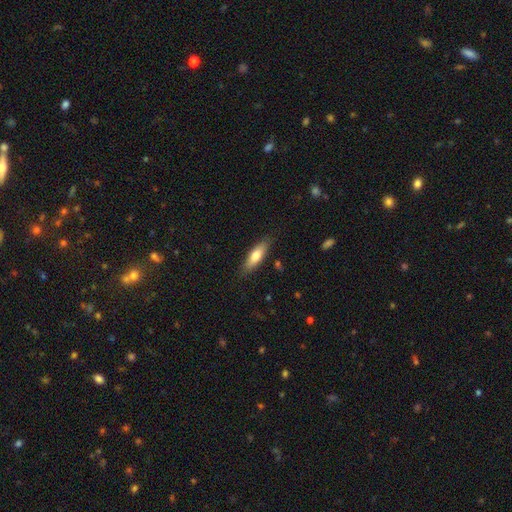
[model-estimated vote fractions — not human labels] smooth 71%, featured or disk 23%, star or artifact 6%. Down the decision tree: how rounded — cigar-shaped (52%); merging — none (84%).